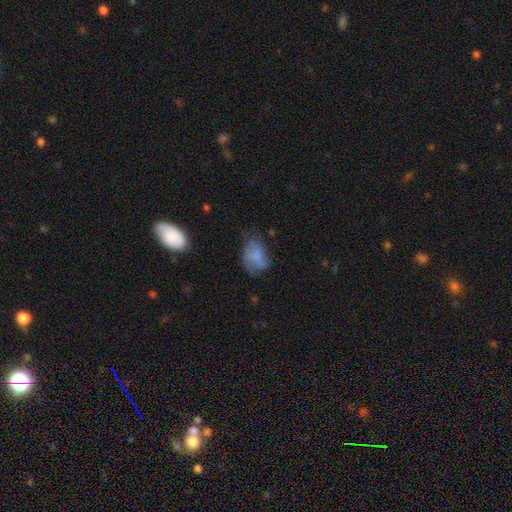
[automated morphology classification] smooth_or_featured: smooth (p=0.61) [alt: featured or disk p=0.28]
how_rounded: in between (p=0.77) [alt: round p=0.21]
merging: none (p=0.42) [alt: minor disturbance p=0.31]